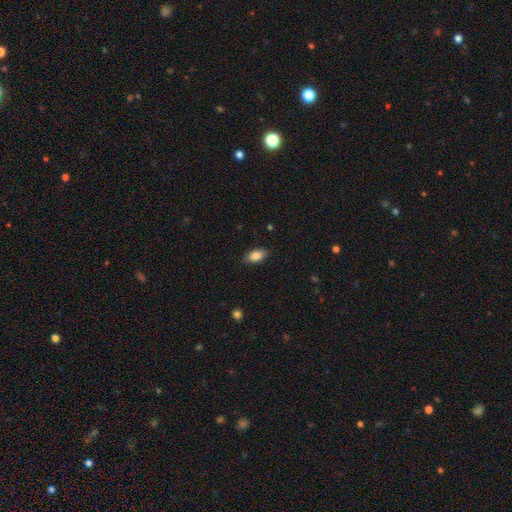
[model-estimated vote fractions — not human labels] This appears to be a smooth galaxy with no disk features (85%) that is in between round and cigar-shaped (91%). Merging: none (86%).